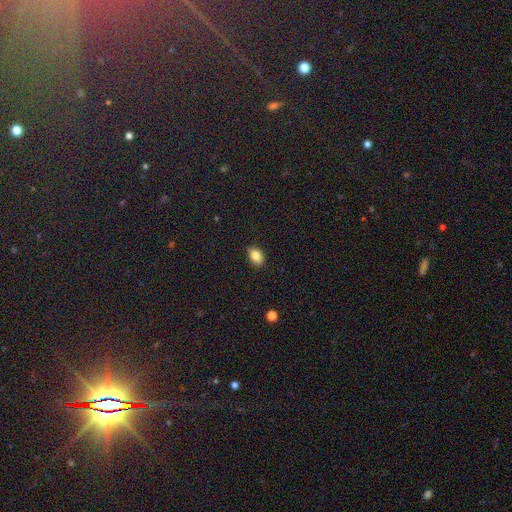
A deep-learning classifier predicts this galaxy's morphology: smooth_or_featured: smooth (p=0.85) [alt: star or artifact p=0.09]
how_rounded: in between (p=0.82) [alt: round p=0.17]
merging: none (p=0.85) [alt: minor disturbance p=0.12]